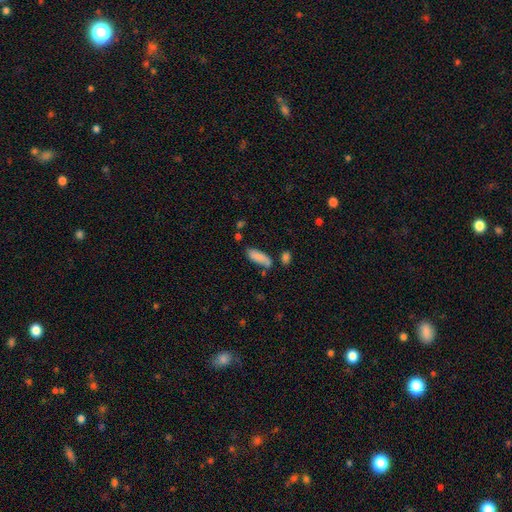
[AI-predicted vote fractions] Smooth or featured? smooth (83%)
How rounded? in between (65%)
Merging? none (64%)